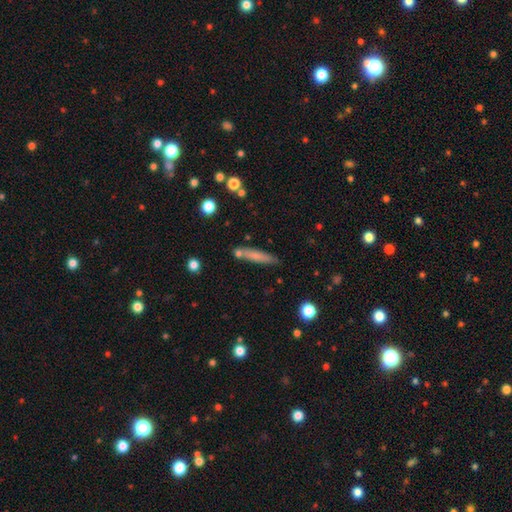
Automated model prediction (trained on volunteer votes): smooth 71%, featured or disk 22%, star or artifact 7%. Down the decision tree: how rounded — cigar-shaped (89%); merging — none (75%).